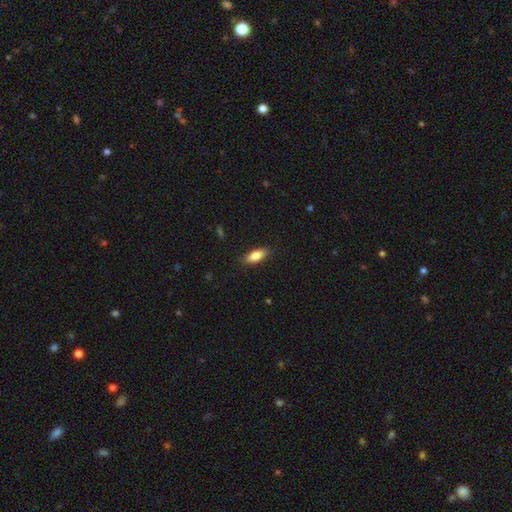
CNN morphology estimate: The model was most divided on "how rounded": in between: 73%, cigar-shaped: 25%, round: 3%. More confident: merging — none (87%); smooth or featured — smooth (78%).